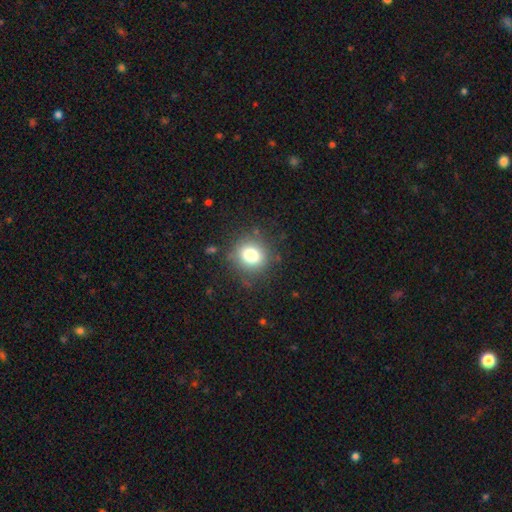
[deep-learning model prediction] Smooth or featured: smooth — 79% (star or artifact — 12%)
How rounded: round — 82% (in between — 17%)
Merging: none — 84% (minor disturbance — 10%)